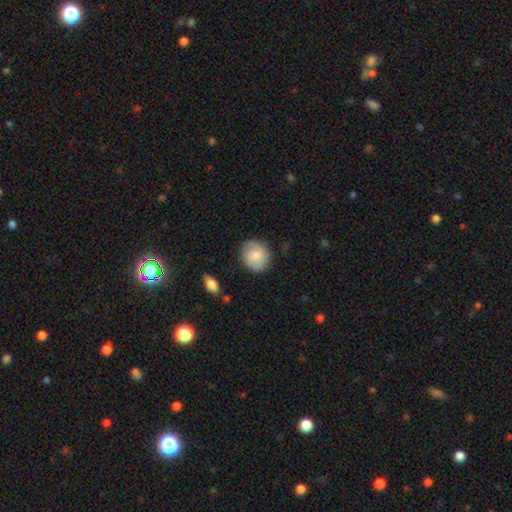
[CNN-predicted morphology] Overall: smooth (80%). How rounded: round (65%; in between 34%). Merging: none (82%).